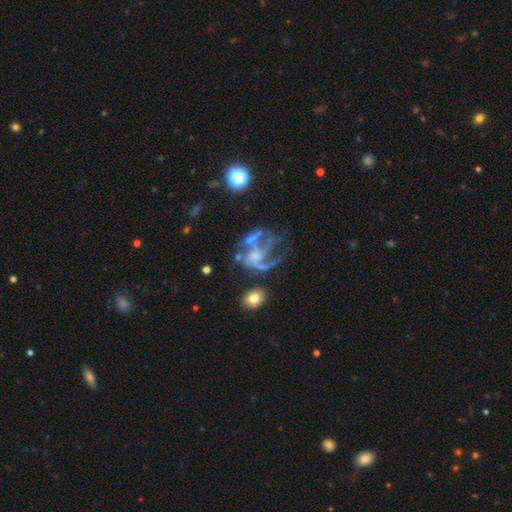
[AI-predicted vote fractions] Smooth or featured? Predicted: featured or disk (p=0.74). Edge-on disk? Predicted: no (p=0.97). Bar? Predicted: no (p=0.65). Spiral arms? Predicted: yes (p=0.70). Spiral winding? Predicted: loose (p=0.44). Spiral arm count? Predicted: can't tell (p=0.27). Bulge size? Predicted: none (p=0.35). Merging? Predicted: major disturbance (p=0.43).